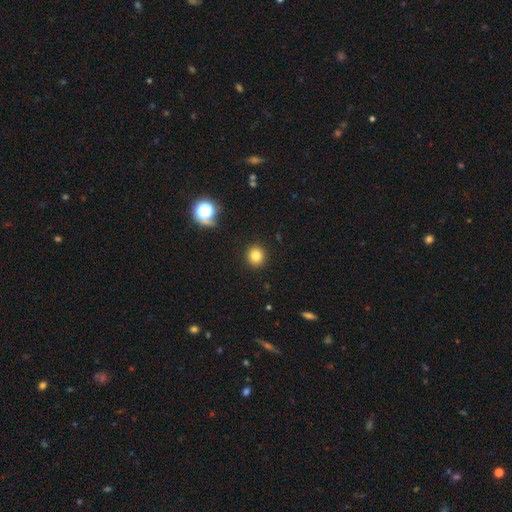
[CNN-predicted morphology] Overall: smooth (81%). How rounded: round (90%). Merging: none (92%).